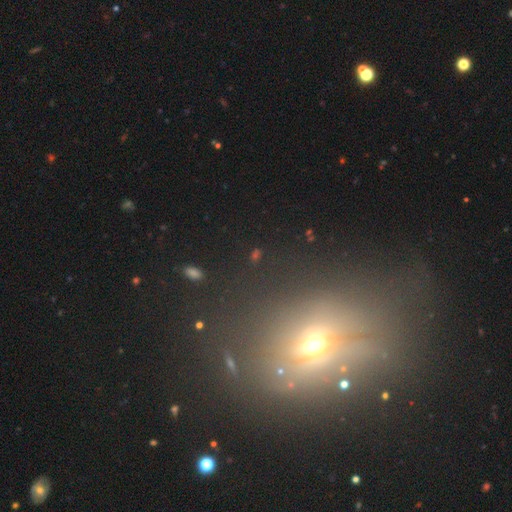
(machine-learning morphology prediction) Smooth or featured: star or artifact — 49% (smooth — 34%)